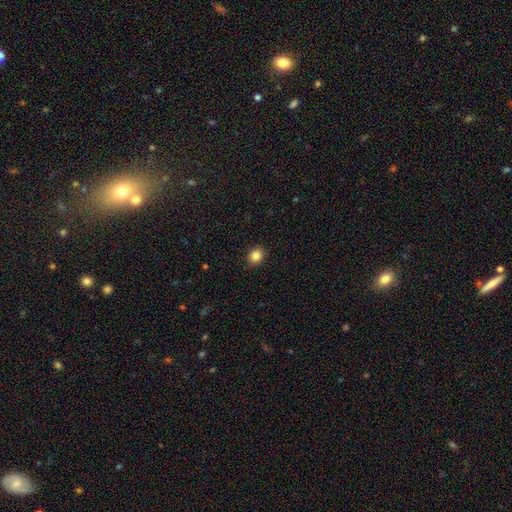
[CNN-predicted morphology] Smooth or featured? smooth (86%)
How rounded? round (58%)
Merging? none (89%)